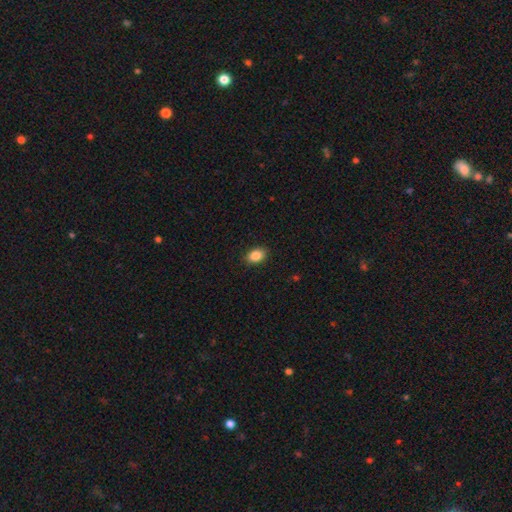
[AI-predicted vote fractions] Overall: smooth (87%). How rounded: in between (81%). Merging: none (89%).